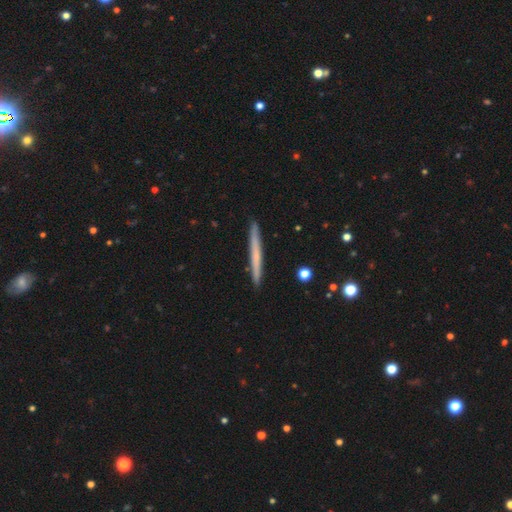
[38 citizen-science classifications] Smooth or featured? 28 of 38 (74%) said smooth. How rounded? 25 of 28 (89%) said cigar-shaped. Merging? 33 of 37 (89%) said none.